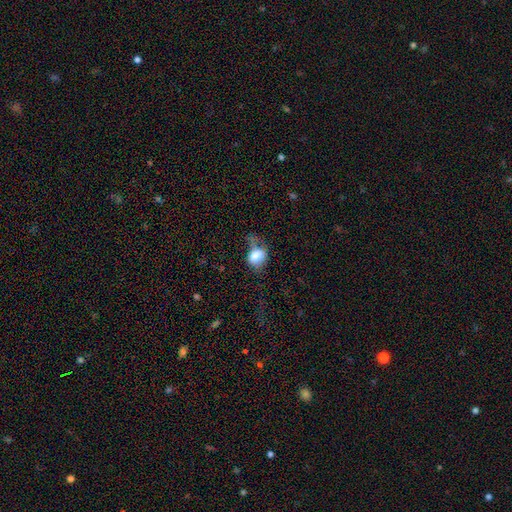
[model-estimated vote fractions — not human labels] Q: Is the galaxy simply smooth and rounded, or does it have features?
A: smooth — 74%.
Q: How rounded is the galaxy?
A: in between — 65%.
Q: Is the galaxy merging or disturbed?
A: major disturbance — 36%.